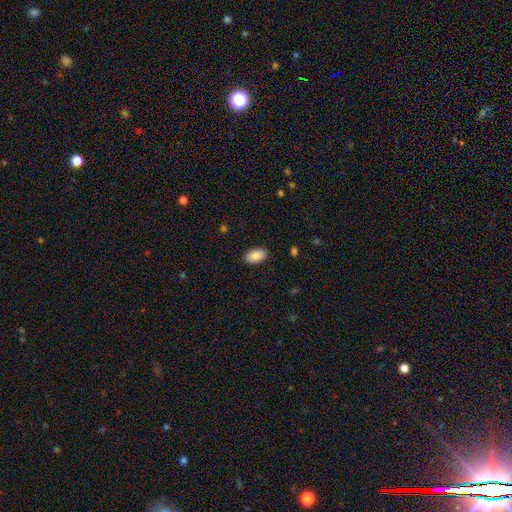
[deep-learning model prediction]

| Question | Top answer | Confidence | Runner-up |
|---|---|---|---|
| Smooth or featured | smooth | 88% | star or artifact (7%) |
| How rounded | in between | 94% | round (4%) |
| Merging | none | 88% | minor disturbance (8%) |